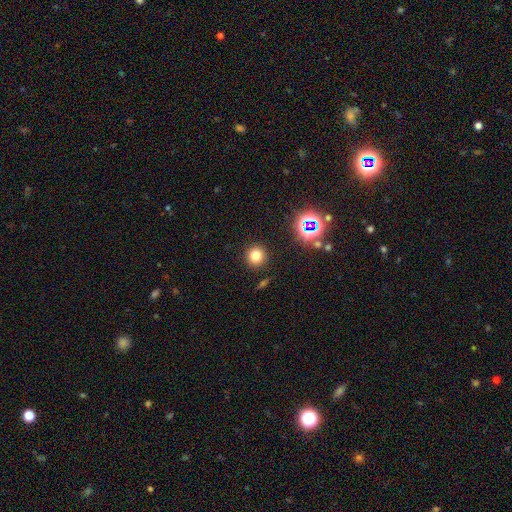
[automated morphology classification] smooth-or-featured: smooth: 74% | star or artifact: 19% | featured or disk: 7%
  how-rounded: round: 93% | in between: 6% | cigar-shaped: 1%
  merging: none: 90% | minor disturbance: 6% | major disturbance: 2% | merger: 2%